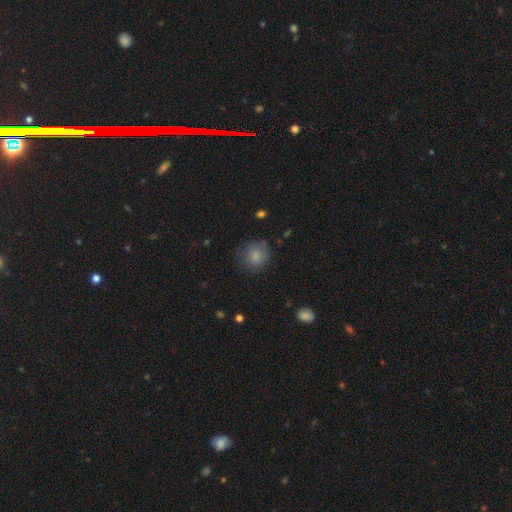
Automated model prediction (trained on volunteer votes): smooth-or-featured: smooth: 83% | star or artifact: 9% | featured or disk: 8%
  how-rounded: round: 87% | in between: 12% | cigar-shaped: 1%
  merging: none: 74% | minor disturbance: 18% | major disturbance: 6% | merger: 2%